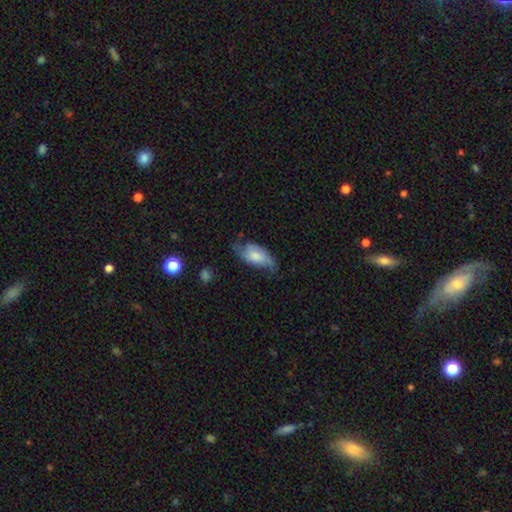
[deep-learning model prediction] Smooth or featured?
  - smooth: 48% *
  - featured or disk: 46%
  - star or artifact: 7%
Merging?
  - none: 50% *
  - minor disturbance: 33%
  - major disturbance: 15%
  - merger: 2%